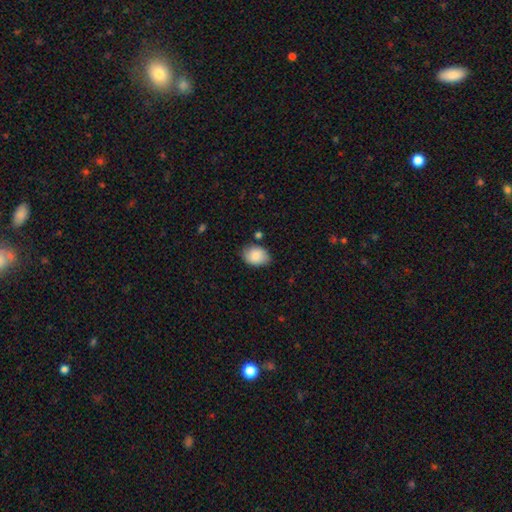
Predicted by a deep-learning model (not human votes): Smooth or featured: smooth — 84% (featured or disk — 9%)
How rounded: in between — 78% (round — 21%)
Merging: none — 76% (minor disturbance — 18%)